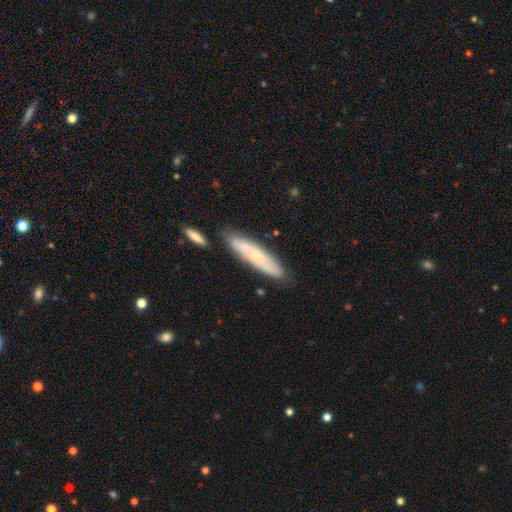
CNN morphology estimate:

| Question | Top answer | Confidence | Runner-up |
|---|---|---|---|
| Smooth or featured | featured or disk | 49% | smooth (45%) |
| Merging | none | 74% | minor disturbance (15%) |